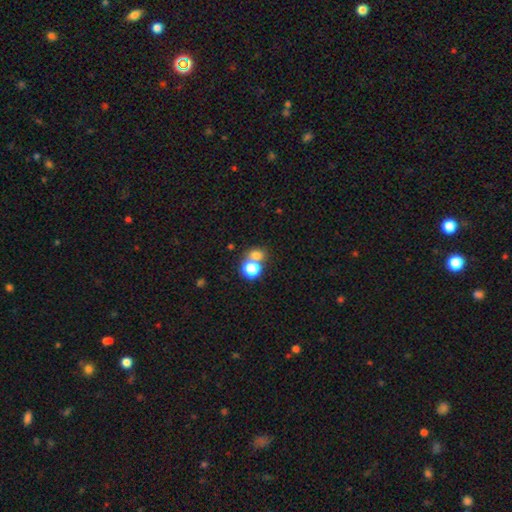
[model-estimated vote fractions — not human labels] Smooth or featured?
  - smooth: 71% *
  - star or artifact: 20%
  - featured or disk: 9%
How rounded?
  - round: 68% *
  - in between: 31%
  - cigar-shaped: 1%
Merging?
  - none: 49% *
  - merger: 40%
  - minor disturbance: 7%
  - major disturbance: 4%